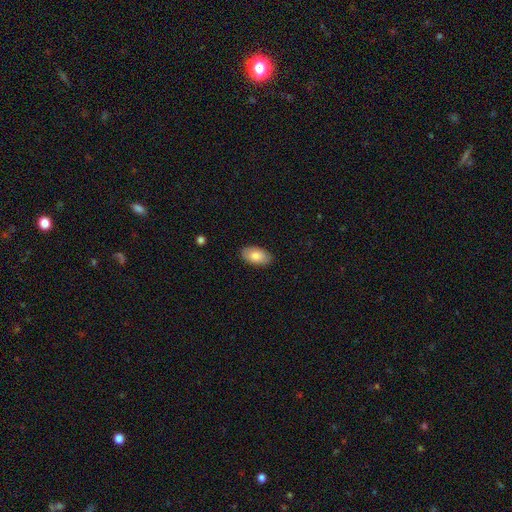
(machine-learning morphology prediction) smooth 83%, featured or disk 11%, star or artifact 6%. Down the decision tree: how rounded — in between (95%); merging — none (88%).